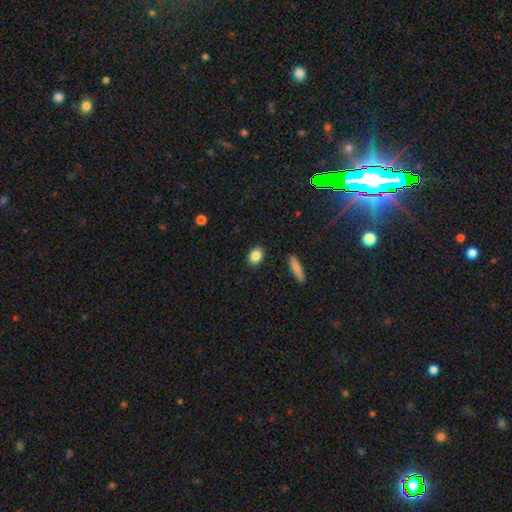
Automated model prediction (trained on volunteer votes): The model was most divided on "how rounded": in between: 75%, round: 22%, cigar-shaped: 3%. More confident: merging — none (88%); smooth or featured — smooth (85%).